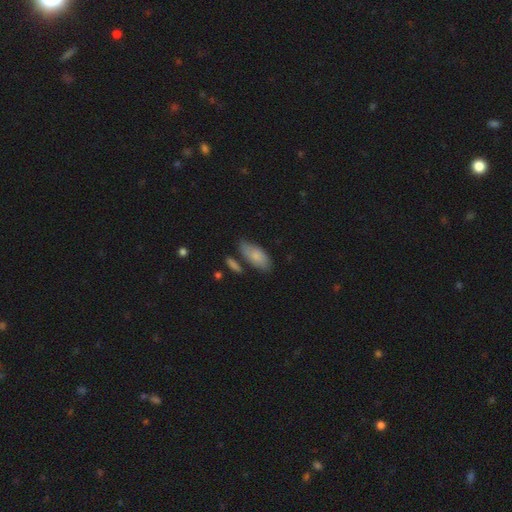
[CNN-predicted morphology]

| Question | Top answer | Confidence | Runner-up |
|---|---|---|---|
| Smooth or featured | smooth | 80% | featured or disk (14%) |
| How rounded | in between | 88% | cigar-shaped (9%) |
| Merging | none | 67% | minor disturbance (21%) |